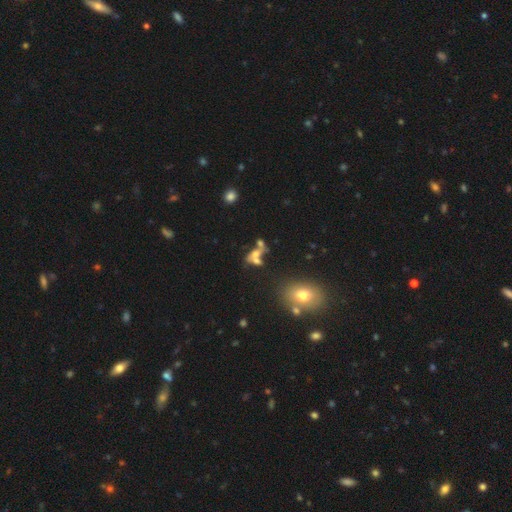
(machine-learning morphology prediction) smooth-or-featured: smooth: 44% | featured or disk: 38% | star or artifact: 18%
  merging: merger: 53% | none: 24% | major disturbance: 12% | minor disturbance: 10%